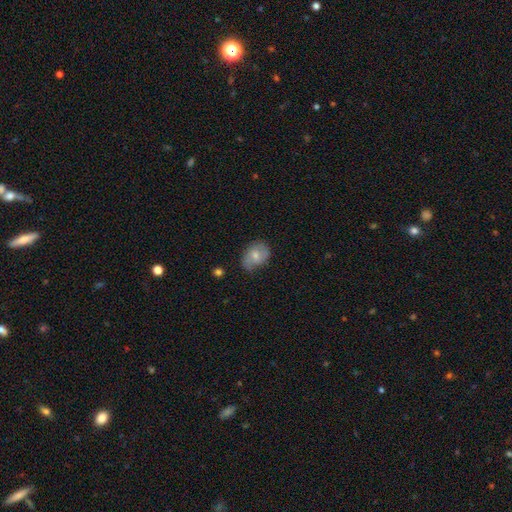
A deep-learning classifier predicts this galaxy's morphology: smooth-or-featured: smooth: 61% | featured or disk: 32% | star or artifact: 7%
  how-rounded: in between: 70% | round: 29% | cigar-shaped: 1%
  merging: none: 57% | minor disturbance: 33% | major disturbance: 8% | merger: 2%